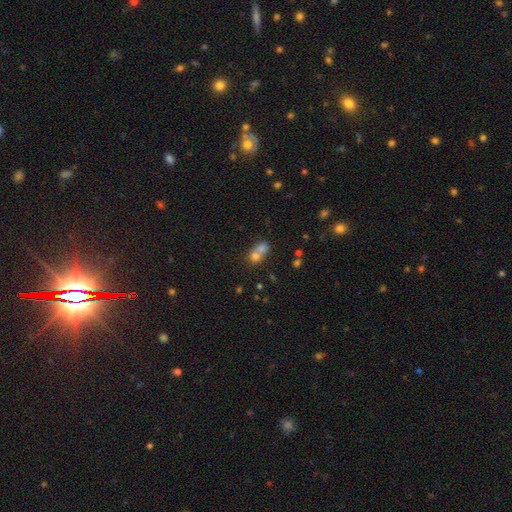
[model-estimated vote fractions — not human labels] smooth-or-featured: smooth: 69% | featured or disk: 18% | star or artifact: 13%
  how-rounded: in between: 49% | round: 48% | cigar-shaped: 3%
  merging: merger: 66% | none: 23% | minor disturbance: 7% | major disturbance: 4%